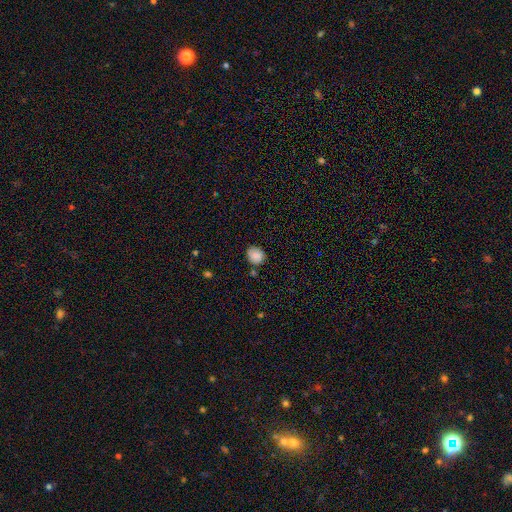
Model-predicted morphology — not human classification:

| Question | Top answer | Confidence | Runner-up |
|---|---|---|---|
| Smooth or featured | smooth | 81% | featured or disk (10%) |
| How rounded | round | 72% | in between (27%) |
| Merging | none | 72% | minor disturbance (20%) |